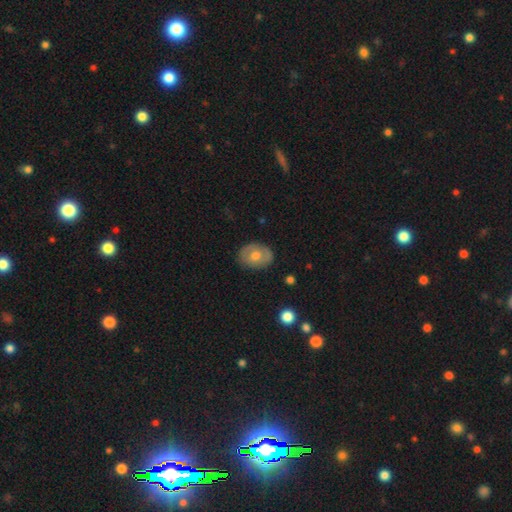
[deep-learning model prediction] The model was most divided on "smooth or featured": smooth: 57%, featured or disk: 37%, star or artifact: 7%. More confident: merging — none (83%); how rounded — in between (65%).